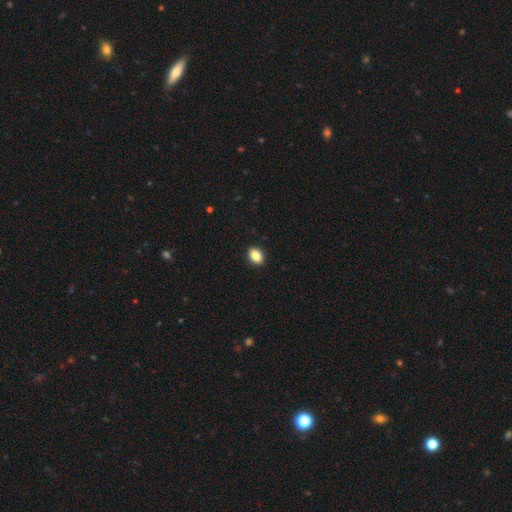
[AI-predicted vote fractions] Overall: smooth (85%). How rounded: in between (79%). Merging: none (91%).